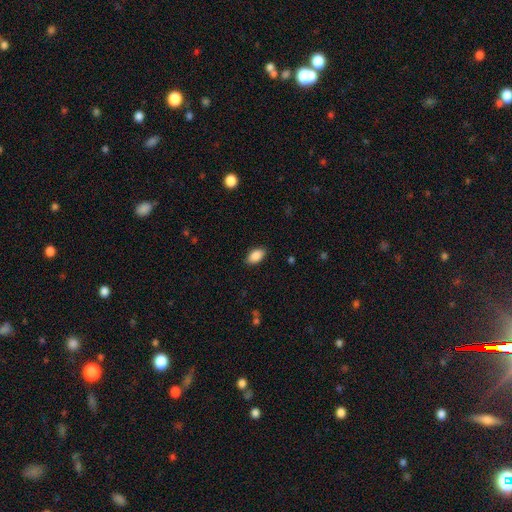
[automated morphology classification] This is clearly a smooth galaxy (89%). How rounded: clearly in between (93%). Merging: clearly none (88%).